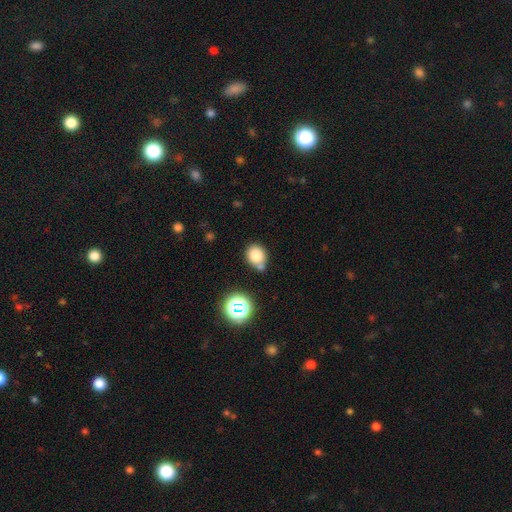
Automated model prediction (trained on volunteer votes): Smooth or featured?
  - smooth: 79% *
  - star or artifact: 13%
  - featured or disk: 8%
How rounded?
  - round: 67% *
  - in between: 32%
  - cigar-shaped: 1%
Merging?
  - none: 58% *
  - merger: 20%
  - minor disturbance: 18%
  - major disturbance: 5%